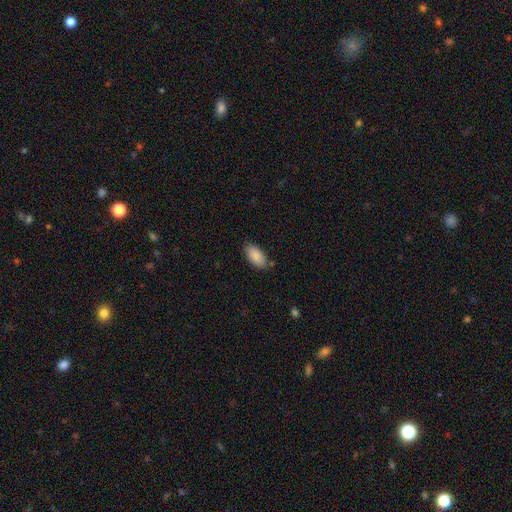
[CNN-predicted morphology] A smooth galaxy with no disk features (88%) that is in between round and cigar-shaped (92%). Merging: none (81%).